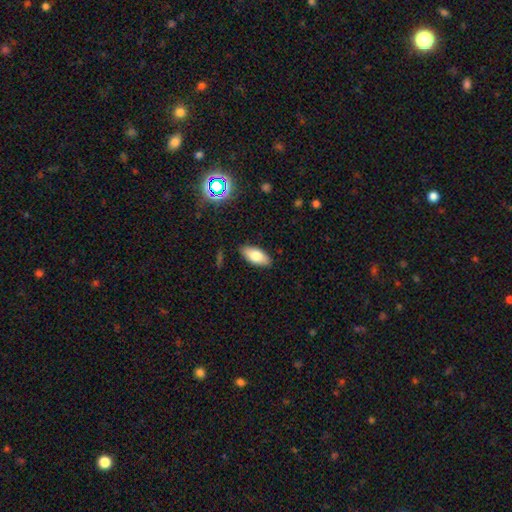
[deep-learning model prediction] A smooth galaxy with no disk features (77%) that is in between round and cigar-shaped (87%).

Vote fractions:
- Smooth or featured? smooth: 77% / featured or disk: 15% / star or artifact: 8%
- How rounded? in between: 87% / cigar-shaped: 10% / round: 3%
- Merging? none: 87% / minor disturbance: 10% / major disturbance: 2% / merger: 1%